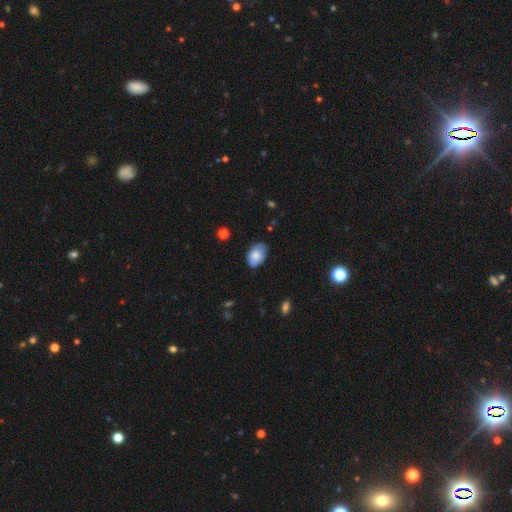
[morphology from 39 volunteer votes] type=smooth (77%); roundness=in between (97%); merging=none (69%).